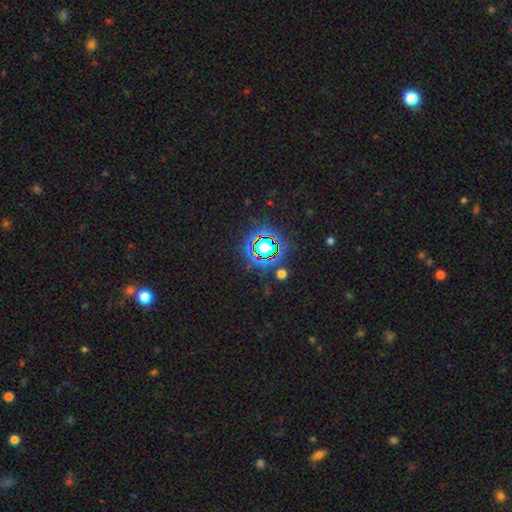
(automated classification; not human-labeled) Smooth or featured? star or artifact (80%)